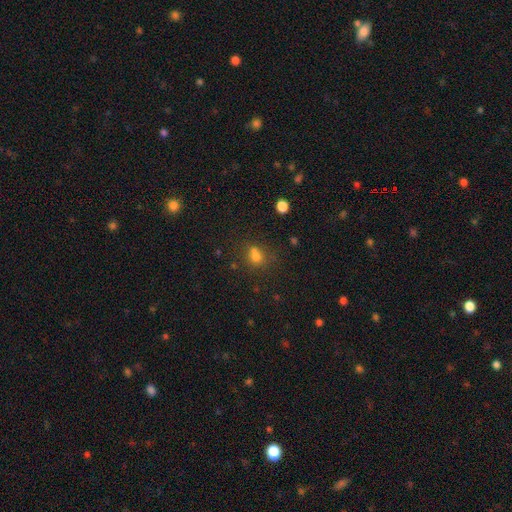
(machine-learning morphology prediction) smooth 69%, star or artifact 20%, featured or disk 11%. Down the decision tree: how rounded — round (54%); merging — none (50%).